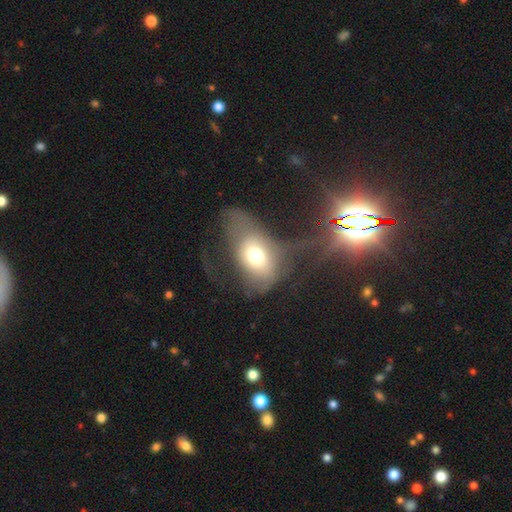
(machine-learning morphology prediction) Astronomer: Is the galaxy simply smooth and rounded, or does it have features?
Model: smooth — 57% (runner-up: featured or disk, 32%).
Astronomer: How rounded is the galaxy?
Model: in between — 67%.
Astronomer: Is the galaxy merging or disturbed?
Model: major disturbance — 61%.